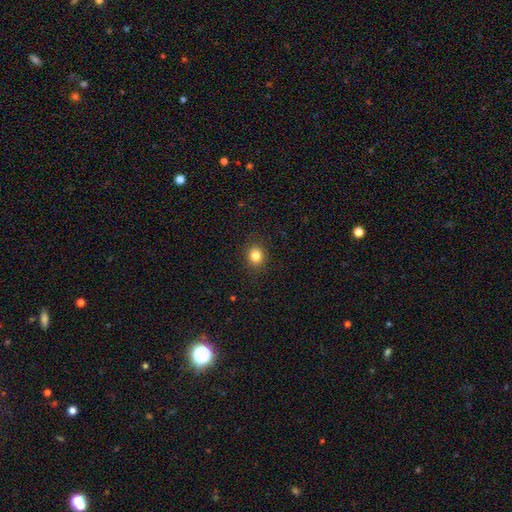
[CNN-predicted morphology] Q: Smooth or featured?
A: smooth (84%); runner-up: star or artifact (11%)
Q: How rounded?
A: round (74%); runner-up: in between (25%)
Q: Merging?
A: none (89%); runner-up: minor disturbance (7%)